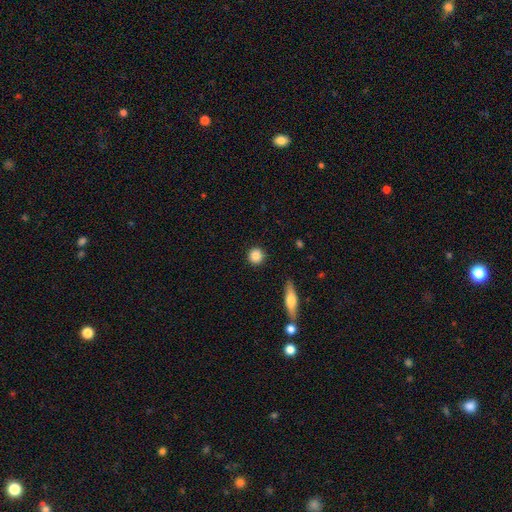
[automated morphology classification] smooth_or_featured: smooth (p=0.87) [alt: star or artifact p=0.08]
how_rounded: round (p=0.92) [alt: in between p=0.06]
merging: none (p=0.90) [alt: minor disturbance p=0.06]